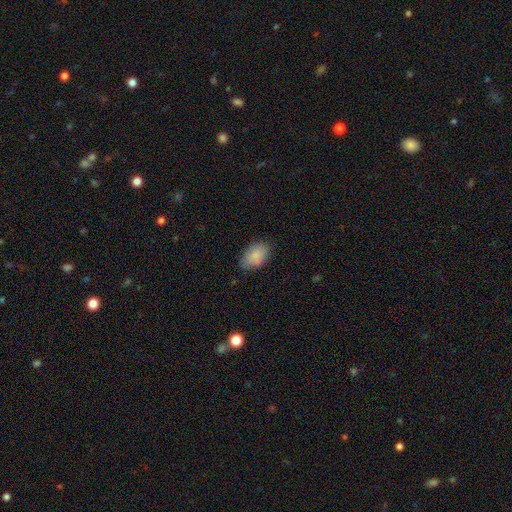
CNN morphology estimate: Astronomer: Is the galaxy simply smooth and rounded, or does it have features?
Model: smooth — 87%.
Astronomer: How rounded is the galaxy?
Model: in between — 90%.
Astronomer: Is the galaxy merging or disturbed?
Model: none — 78%.